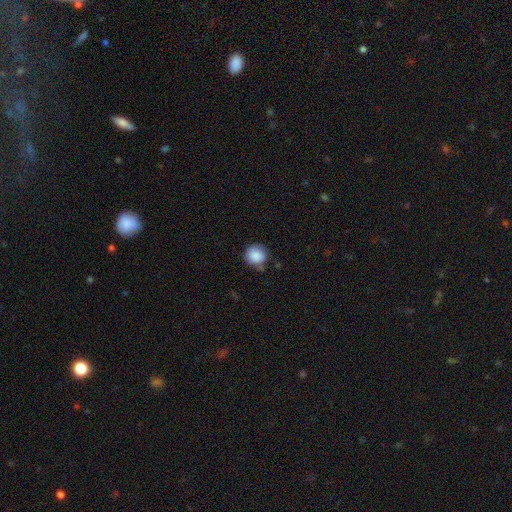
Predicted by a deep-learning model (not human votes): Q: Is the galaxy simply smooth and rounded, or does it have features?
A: smooth — 88%.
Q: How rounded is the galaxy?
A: round — 89%.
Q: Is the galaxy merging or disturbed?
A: none — 70%.